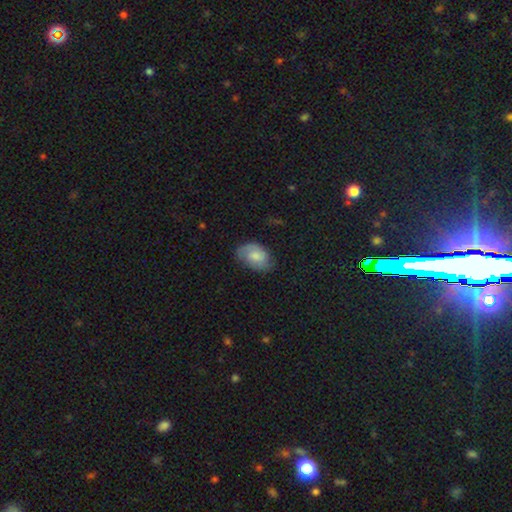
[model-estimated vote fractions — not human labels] This appears to be a smooth galaxy with no disk features (53%) that is in between round and cigar-shaped (87%). Merging: none (72%).